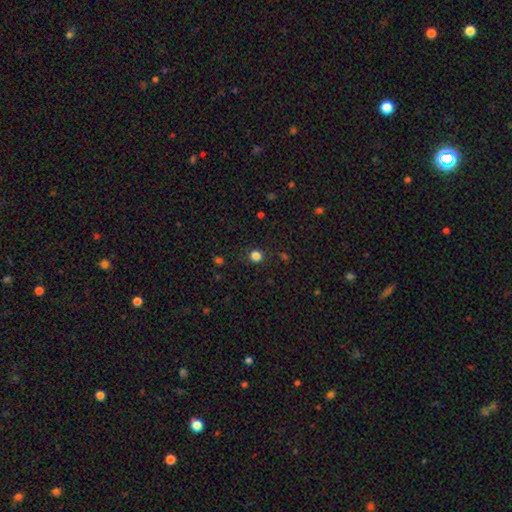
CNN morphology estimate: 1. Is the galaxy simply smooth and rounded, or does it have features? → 82% smooth, 14% star or artifact, 3% featured or disk.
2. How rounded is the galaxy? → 91% round, 8% in between, 1% cigar-shaped.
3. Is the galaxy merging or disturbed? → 90% none, 7% minor disturbance, 2% major disturbance, 1% merger.